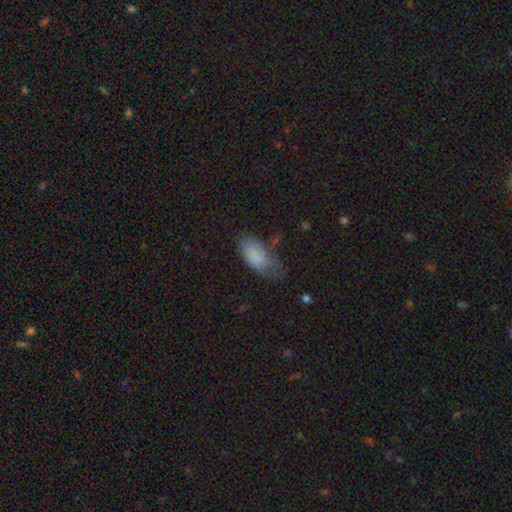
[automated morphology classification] type=smooth (81%); roundness=in between (91%); merging=none (43%).